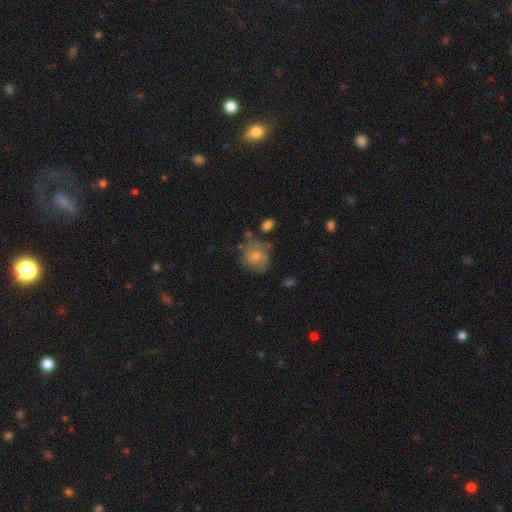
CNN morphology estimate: smooth 47%, featured or disk 45%, star or artifact 9%. Down the decision tree: merging — none (54%).